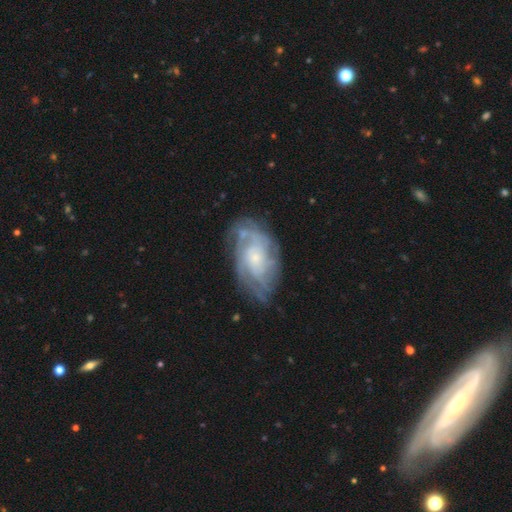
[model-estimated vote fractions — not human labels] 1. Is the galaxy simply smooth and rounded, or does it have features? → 74% featured or disk, 18% smooth, 8% star or artifact.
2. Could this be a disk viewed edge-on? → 94% no, 6% yes.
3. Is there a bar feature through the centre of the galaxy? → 73% no, 23% weak, 4% strong.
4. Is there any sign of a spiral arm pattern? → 87% yes, 13% no.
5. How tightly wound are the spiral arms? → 61% tight, 29% medium, 10% loose.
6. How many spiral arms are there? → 52% can't tell, 12% 4, 12% 2, 12% 3, 7% more than 4, 5% 1.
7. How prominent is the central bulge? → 59% small, 31% moderate, 6% none, 4% large, 1% dominant.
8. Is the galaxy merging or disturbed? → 73% none, 18% minor disturbance, 7% major disturbance, 2% merger.